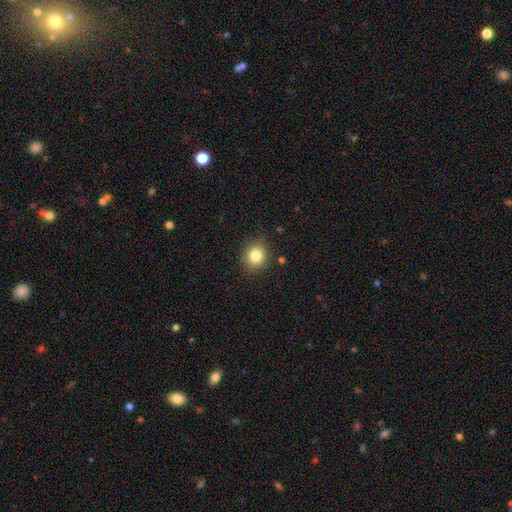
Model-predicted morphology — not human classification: smooth 82%, star or artifact 11%, featured or disk 7%. Down the decision tree: how rounded — round (78%); merging — none (84%).